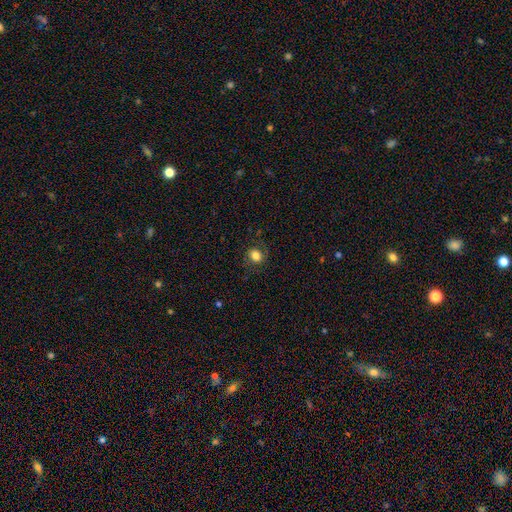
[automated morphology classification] A smooth galaxy with no disk features (78%) that is round (61%).

Vote fractions:
- Smooth or featured? smooth: 78% / featured or disk: 12% / star or artifact: 10%
- How rounded? round: 61% / in between: 39% / cigar-shaped: 1%
- Merging? none: 76% / minor disturbance: 15% / major disturbance: 7% / merger: 1%